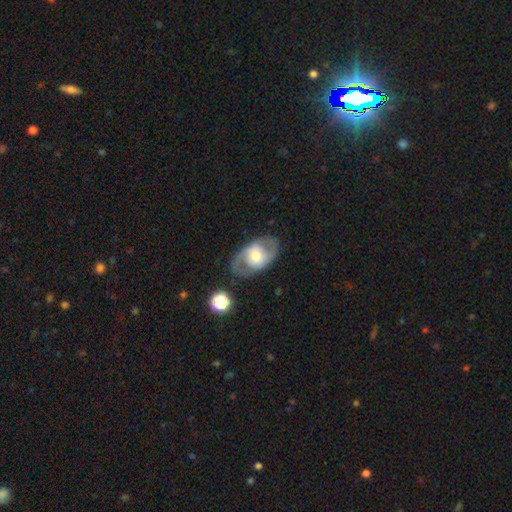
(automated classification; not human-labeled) This appears to be a featured or disk galaxy (69%) with no bar (59%), spiral arms (71%) and a moderate central bulge (63%). Merging: none (77%).